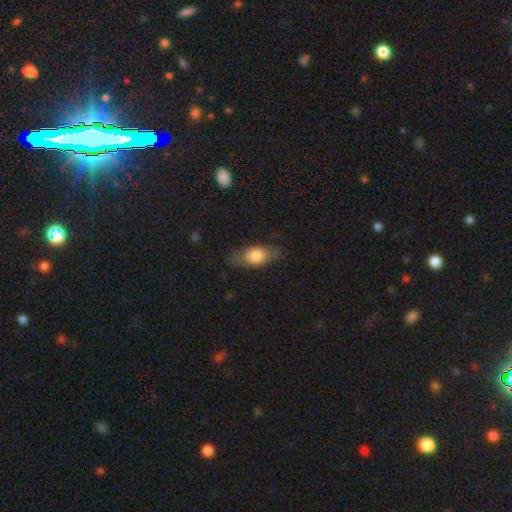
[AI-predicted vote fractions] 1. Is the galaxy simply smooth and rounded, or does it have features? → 68% smooth, 25% featured or disk, 7% star or artifact.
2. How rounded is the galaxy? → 79% in between, 13% cigar-shaped, 8% round.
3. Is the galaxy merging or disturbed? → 73% none, 18% minor disturbance, 7% major disturbance, 1% merger.